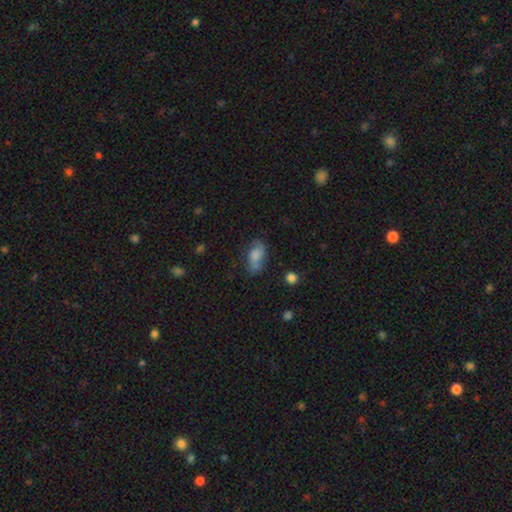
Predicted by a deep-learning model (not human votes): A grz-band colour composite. It shows a smooth galaxy with no disk features (62%) that is in between round and cigar-shaped (87%). Merging: none (54%).